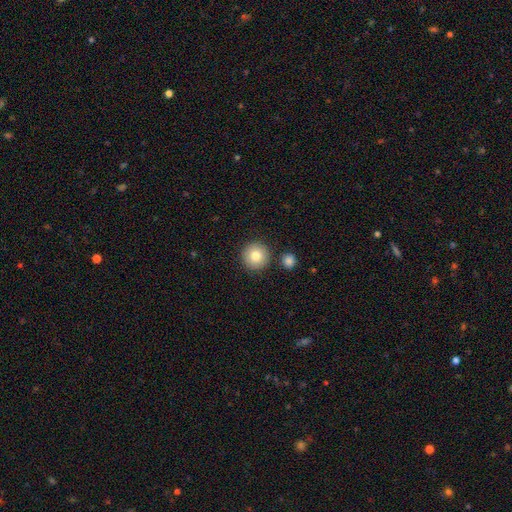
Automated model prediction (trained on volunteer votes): Smooth or featured? smooth (82%)
How rounded? round (95%)
Merging? none (86%)